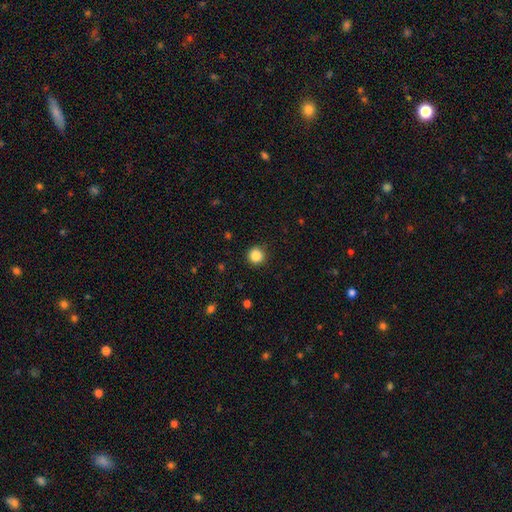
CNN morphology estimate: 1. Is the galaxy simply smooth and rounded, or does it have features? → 86% smooth, 10% star or artifact, 3% featured or disk.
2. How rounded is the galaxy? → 94% round, 5% in between, 1% cigar-shaped.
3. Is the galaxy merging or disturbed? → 90% none, 7% minor disturbance, 2% major disturbance, 1% merger.